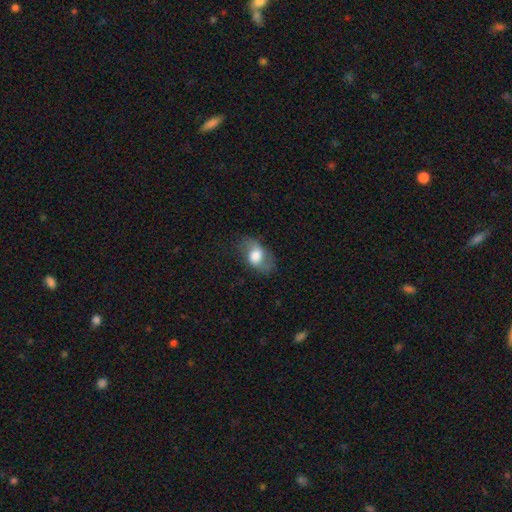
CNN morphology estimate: smooth 58%, featured or disk 34%, star or artifact 8%. Down the decision tree: how rounded — in between (82%); merging — none (68%).